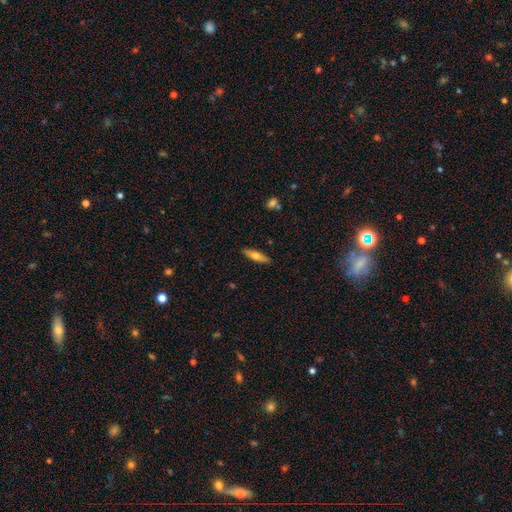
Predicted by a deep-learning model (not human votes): Q: Smooth or featured?
A: smooth (64%); runner-up: featured or disk (30%)
Q: How rounded?
A: cigar-shaped (62%); runner-up: in between (36%)
Q: Merging?
A: none (88%); runner-up: minor disturbance (9%)